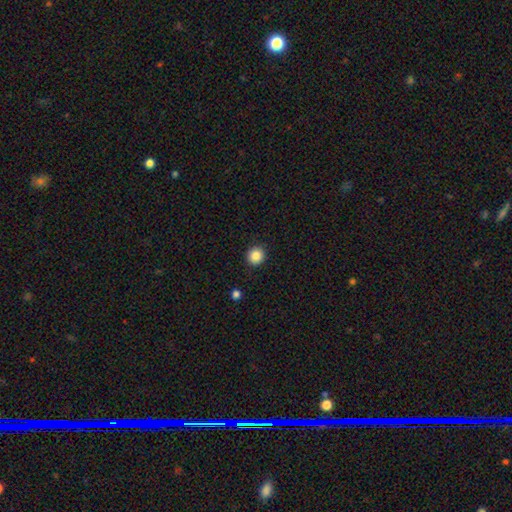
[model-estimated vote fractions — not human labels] A smooth galaxy with no disk features (86%) that is round (92%).

Vote fractions:
- Smooth or featured? smooth: 86% / star or artifact: 10% / featured or disk: 4%
- How rounded? round: 92% / in between: 7% / cigar-shaped: 1%
- Merging? none: 92% / minor disturbance: 6% / major disturbance: 2% / merger: 1%